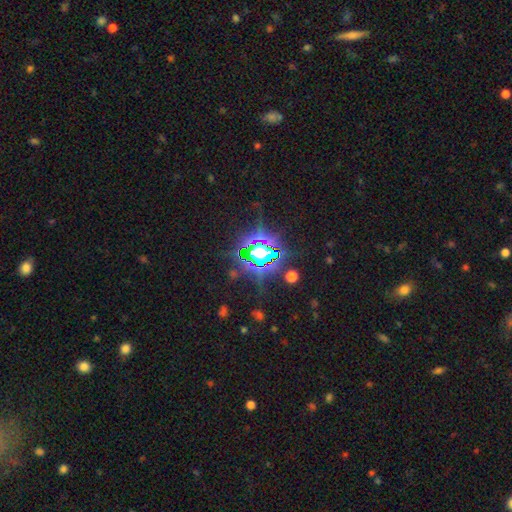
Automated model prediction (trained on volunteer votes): A star or artifact, not a galaxy (82%).

Vote fractions:
- Smooth or featured? star or artifact: 82% / smooth: 10% / featured or disk: 7%